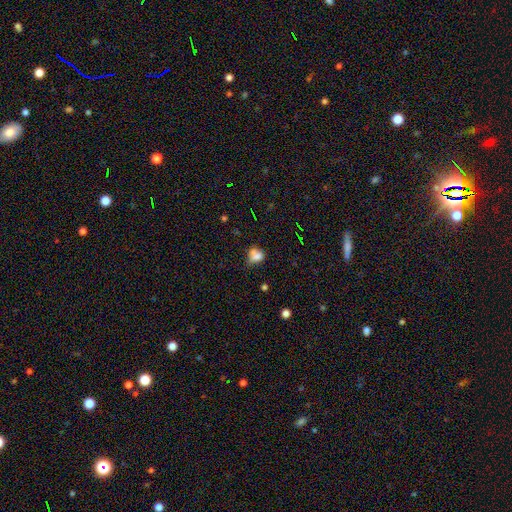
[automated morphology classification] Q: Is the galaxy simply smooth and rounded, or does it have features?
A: smooth — 72%.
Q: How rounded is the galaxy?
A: in between — 52%.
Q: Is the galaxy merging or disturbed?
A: none — 35%.